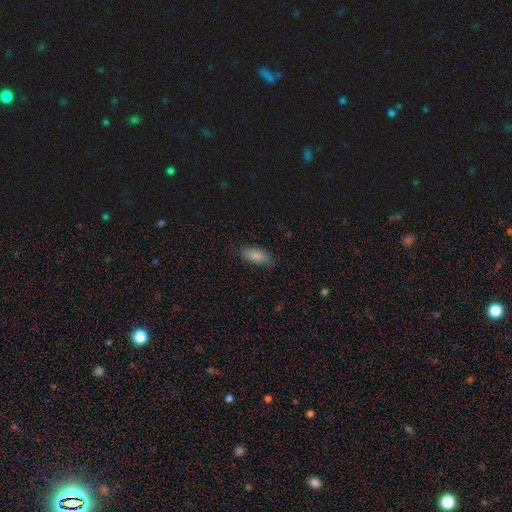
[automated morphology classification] Smooth or featured? smooth (86%)
How rounded? in between (87%)
Merging? none (80%)